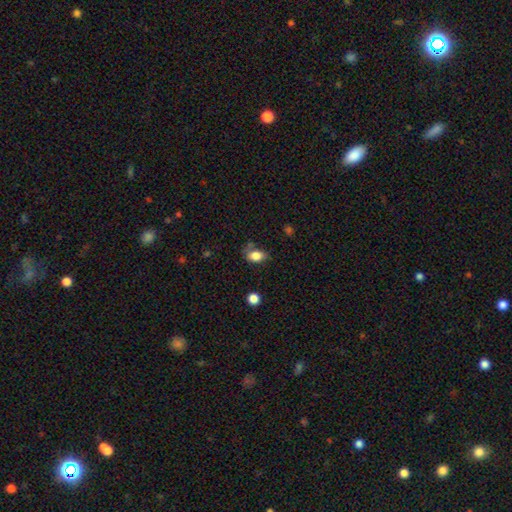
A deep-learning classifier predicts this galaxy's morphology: Smooth or featured? smooth (82%)
How rounded? in between (81%)
Merging? none (57%)